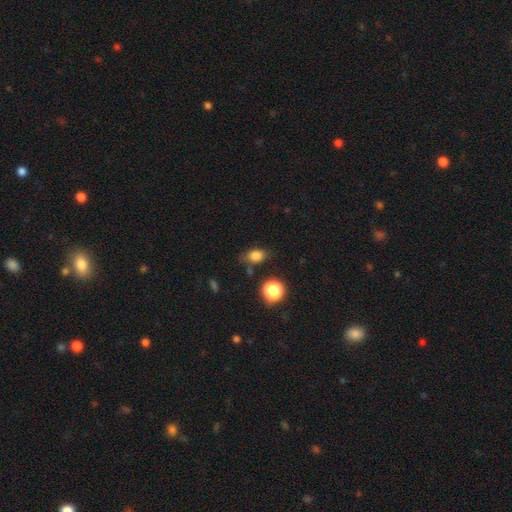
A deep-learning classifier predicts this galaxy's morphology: Q: Smooth or featured?
A: smooth (81%); runner-up: star or artifact (13%)
Q: How rounded?
A: in between (66%); runner-up: round (32%)
Q: Merging?
A: none (69%); runner-up: minor disturbance (21%)